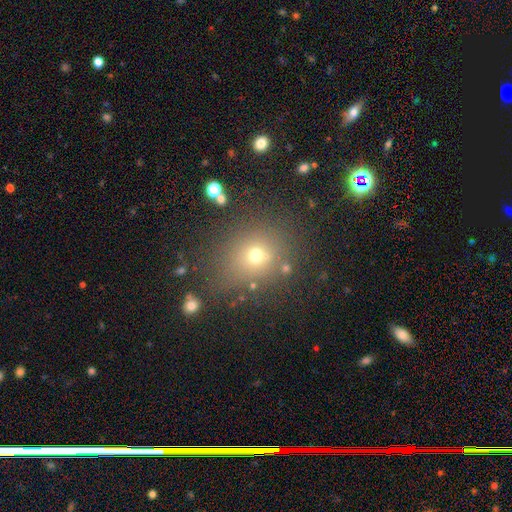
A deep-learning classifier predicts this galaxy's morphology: A smooth galaxy with no disk features (64%) that is round (76%).

Vote fractions:
- Smooth or featured? smooth: 64% / star or artifact: 24% / featured or disk: 12%
- How rounded? round: 76% / in between: 23% / cigar-shaped: 1%
- Merging? none: 76% / minor disturbance: 11% / merger: 6% / major disturbance: 6%